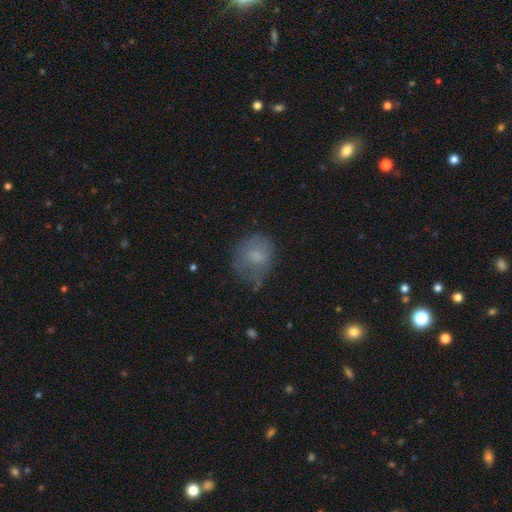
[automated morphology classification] Smooth or featured? smooth (67%)
How rounded? round (61%)
Merging? none (45%)